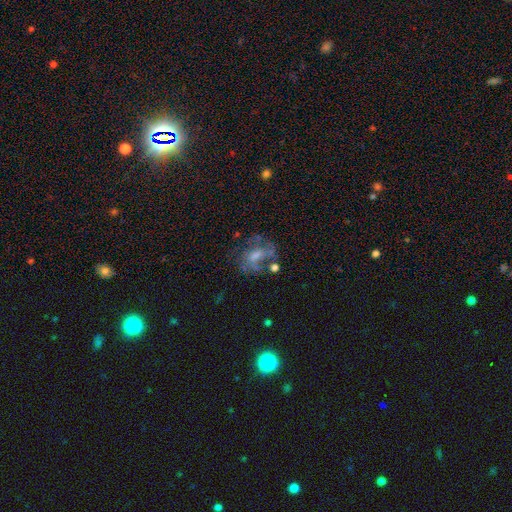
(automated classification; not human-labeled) A featured or disk galaxy (59%) with no bar (57%), spiral arms (56%) and a moderate central bulge (44%). Merging: none (51%).